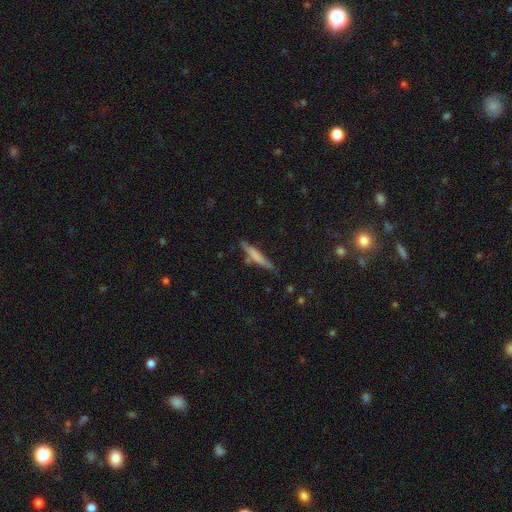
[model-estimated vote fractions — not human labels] smooth-or-featured: smooth: 59% | featured or disk: 34% | star or artifact: 7%
  how-rounded: cigar-shaped: 91% | in between: 7% | round: 2%
  merging: none: 74% | minor disturbance: 17% | merger: 5% | major disturbance: 4%